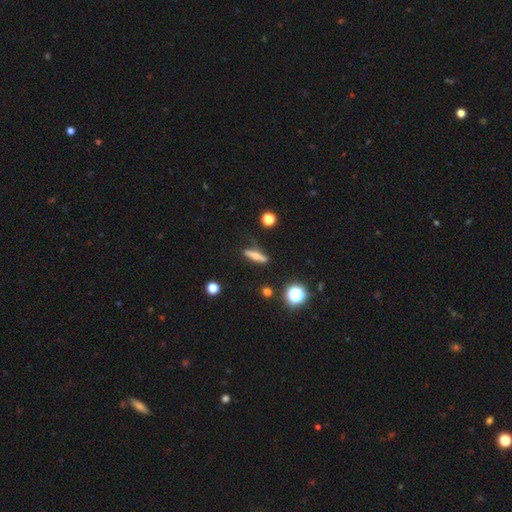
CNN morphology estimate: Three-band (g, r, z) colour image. It shows a smooth galaxy with no disk features (62%) that is cigar-shaped (82%). Merging: none (78%).